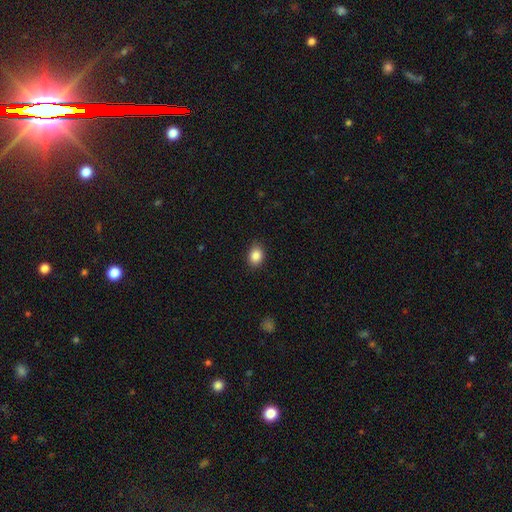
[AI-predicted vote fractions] Morphology: type=smooth (87%); roundness=in between (64%); merging=none (86%).